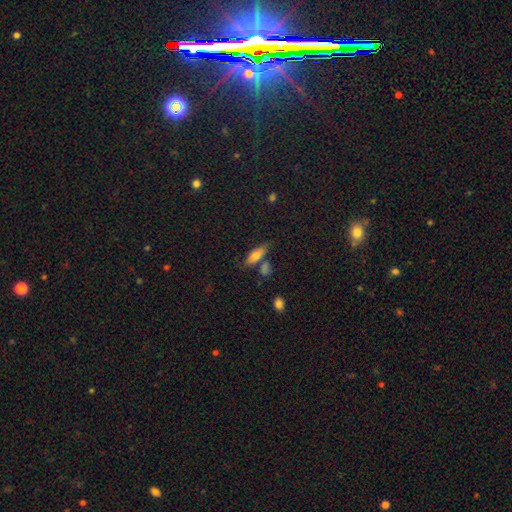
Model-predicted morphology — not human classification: A smooth galaxy with no disk features (70%) that is in between round and cigar-shaped (56%).

Vote fractions:
- Smooth or featured? smooth: 70% / featured or disk: 22% / star or artifact: 8%
- How rounded? in between: 56% / cigar-shaped: 41% / round: 3%
- Merging? none: 67% / minor disturbance: 16% / merger: 12% / major disturbance: 5%